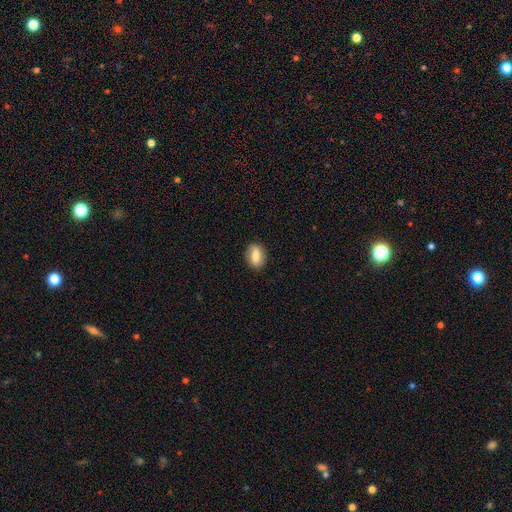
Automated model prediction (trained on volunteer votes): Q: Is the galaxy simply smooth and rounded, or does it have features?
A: smooth — 72%.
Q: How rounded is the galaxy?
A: in between — 75%.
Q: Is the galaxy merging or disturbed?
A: none — 84%.